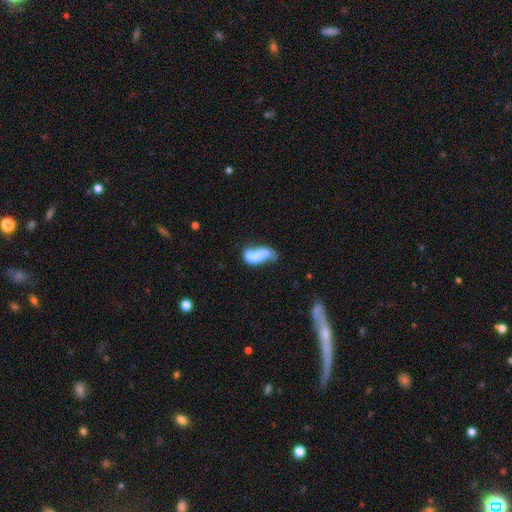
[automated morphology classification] This is possibly a smooth galaxy (56%). How rounded: likely in between (78%). Merging: marginally merger (34%).